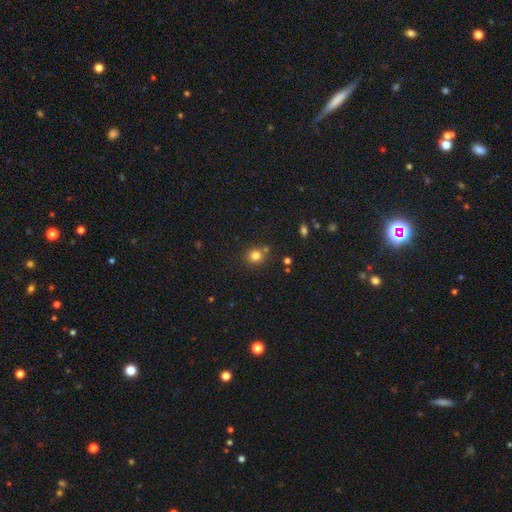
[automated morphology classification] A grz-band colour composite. It shows a smooth galaxy with no disk features (80%) that is round (86%). Merging: none (75%).